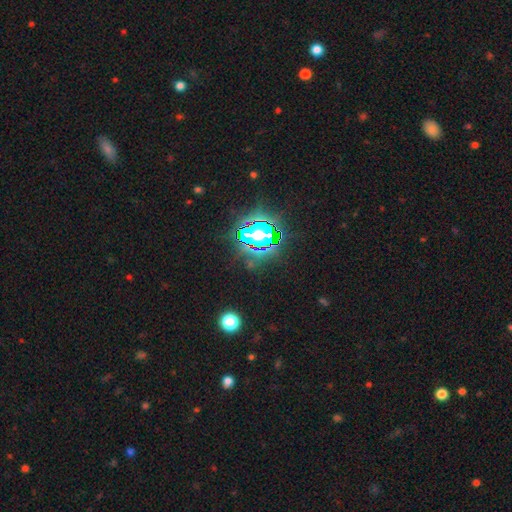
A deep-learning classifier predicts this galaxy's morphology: Smooth or featured? star or artifact (82%)